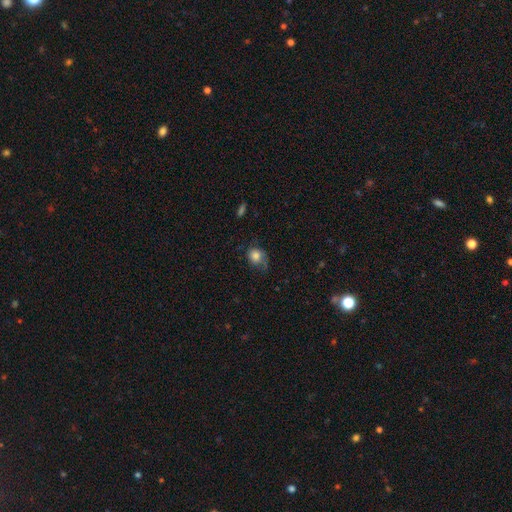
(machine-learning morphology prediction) The model was most divided on "merging": none: 47%, minor disturbance: 32%, major disturbance: 20%, merger: 2%. More confident: smooth or featured — smooth (76%); how rounded — round (68%).